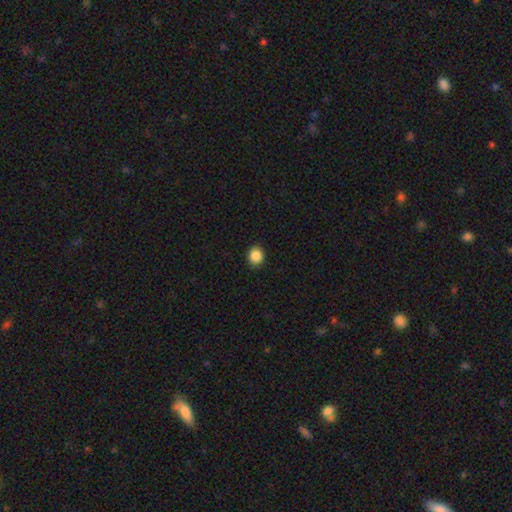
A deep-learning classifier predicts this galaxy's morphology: Smooth or featured? smooth (87%)
How rounded? round (75%)
Merging? none (90%)